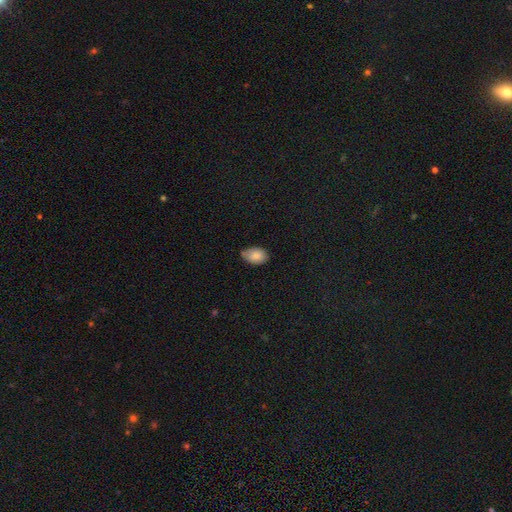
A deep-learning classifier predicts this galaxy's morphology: Smooth or featured: smooth — 84% (star or artifact — 8%)
How rounded: in between — 85% (round — 13%)
Merging: none — 62% (minor disturbance — 32%)